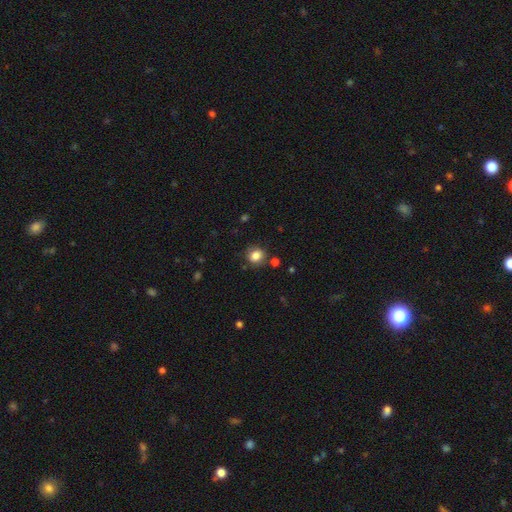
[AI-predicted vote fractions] smooth-or-featured: smooth: 83% | star or artifact: 11% | featured or disk: 6%
  how-rounded: round: 78% | in between: 21% | cigar-shaped: 1%
  merging: none: 81% | minor disturbance: 11% | merger: 4% | major disturbance: 3%